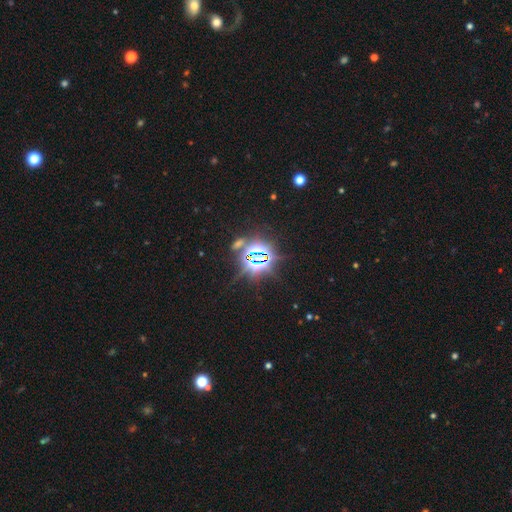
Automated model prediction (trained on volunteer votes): Smooth or featured? Predicted: star or artifact (p=0.85).